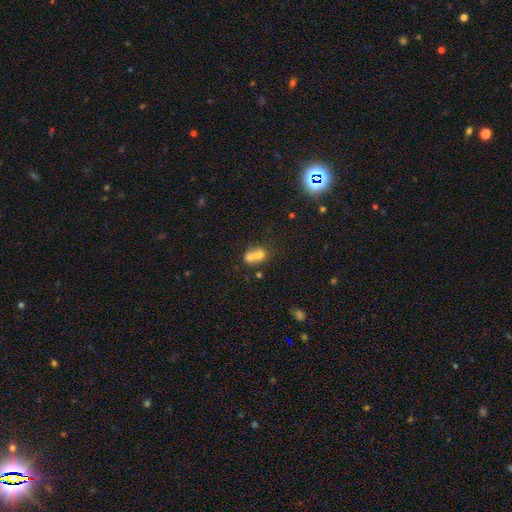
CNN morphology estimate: smooth 59%, featured or disk 27%, star or artifact 14%. Down the decision tree: how rounded — in between (49%); merging — merger (61%).